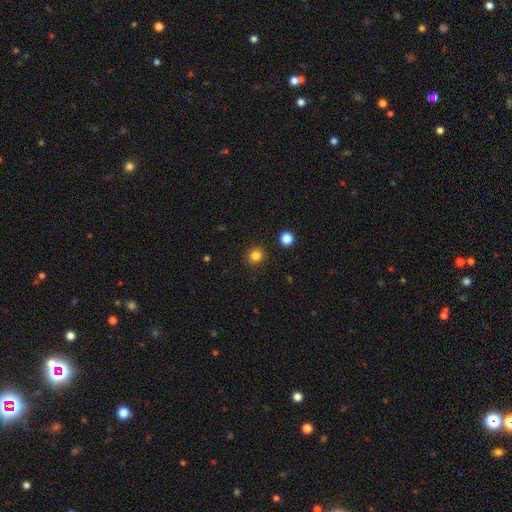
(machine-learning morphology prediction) Smooth or featured?
  - smooth: 83% *
  - star or artifact: 13%
  - featured or disk: 4%
How rounded?
  - round: 92% *
  - in between: 7%
  - cigar-shaped: 1%
Merging?
  - none: 91% *
  - minor disturbance: 5%
  - major disturbance: 2%
  - merger: 2%